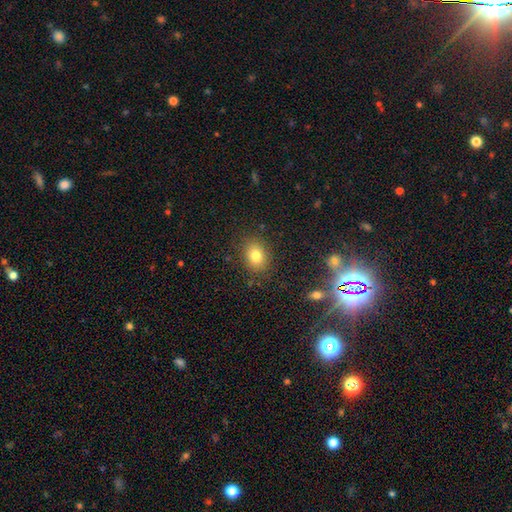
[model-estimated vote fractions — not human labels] This appears to be a smooth galaxy with no disk features (80%) that is in between round and cigar-shaped (55%). Merging: none (85%).